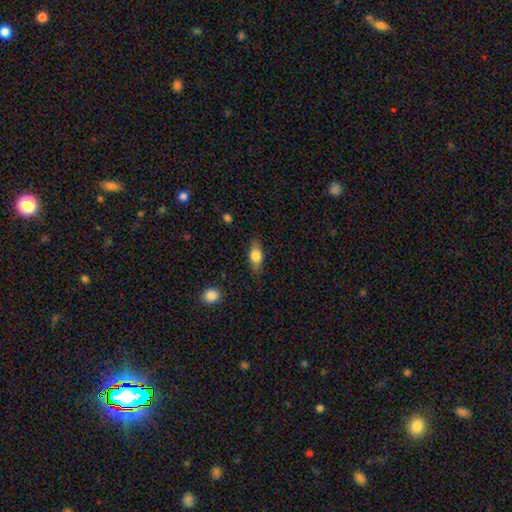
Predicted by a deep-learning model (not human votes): This appears to be a smooth galaxy with no disk features (70%) that is in between round and cigar-shaped (76%). Merging: none (81%).